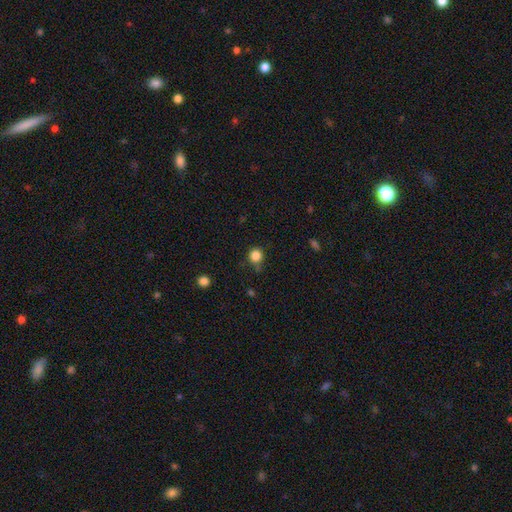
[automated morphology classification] smooth 84%, star or artifact 12%, featured or disk 4%. Down the decision tree: how rounded — round (90%); merging — none (70%).